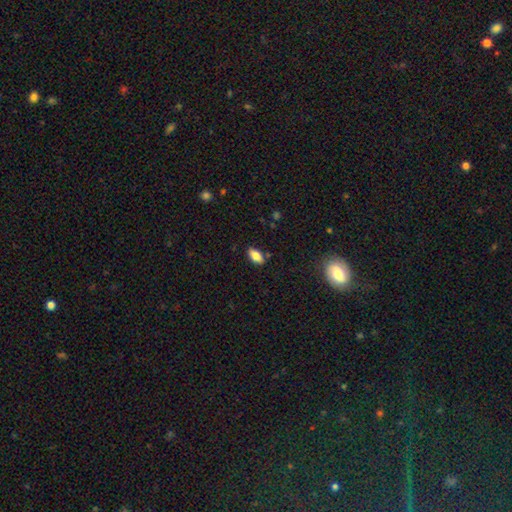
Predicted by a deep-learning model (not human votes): Smooth or featured? Predicted: smooth (p=0.81). How rounded? Predicted: in between (p=0.90). Merging? Predicted: none (p=0.84).